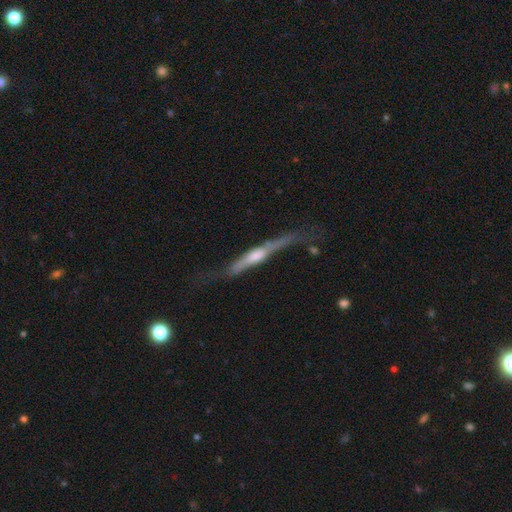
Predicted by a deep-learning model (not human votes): Smooth or featured?
  - featured or disk: 70% *
  - smooth: 24%
  - star or artifact: 6%
Edge-on disk?
  - yes: 91% *
  - no: 9%
Edge-on bulge?
  - rounded: 67% *
  - boxy: 20%
  - none: 13%
Merging?
  - none: 49% *
  - minor disturbance: 27%
  - major disturbance: 19%
  - merger: 5%